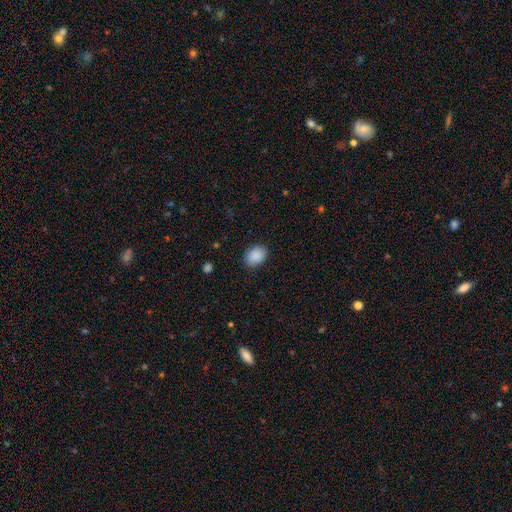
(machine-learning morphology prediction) Smooth or featured?
  - smooth: 90% *
  - star or artifact: 7%
  - featured or disk: 3%
How rounded?
  - in between: 74% *
  - round: 25%
  - cigar-shaped: 1%
Merging?
  - none: 85% *
  - minor disturbance: 11%
  - major disturbance: 3%
  - merger: 1%